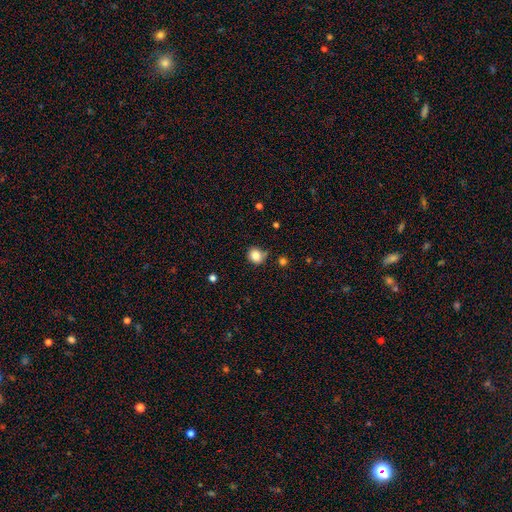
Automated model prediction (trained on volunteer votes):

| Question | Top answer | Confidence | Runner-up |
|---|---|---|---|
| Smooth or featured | smooth | 83% | star or artifact (11%) |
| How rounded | round | 81% | in between (18%) |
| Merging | none | 71% | minor disturbance (19%) |